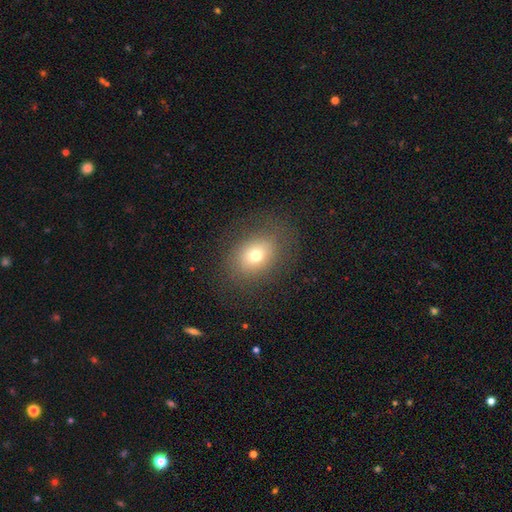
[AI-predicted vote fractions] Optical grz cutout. It shows a smooth galaxy with no disk features (70%) that is in between round and cigar-shaped (54%). Merging: none (78%).